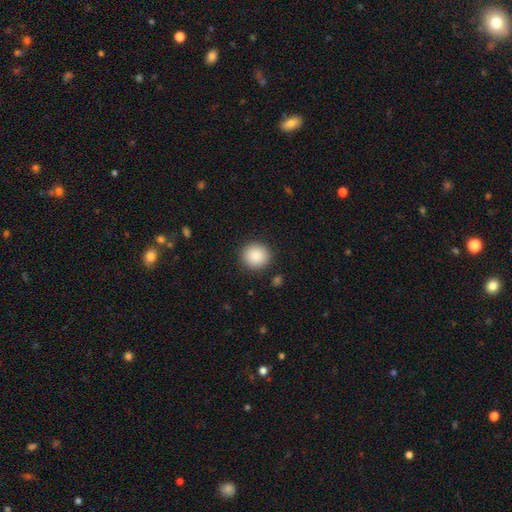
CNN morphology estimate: The model was most divided on "smooth or featured": smooth: 88%, star or artifact: 8%, featured or disk: 4%. More confident: how rounded — round (92%); merging — none (90%).